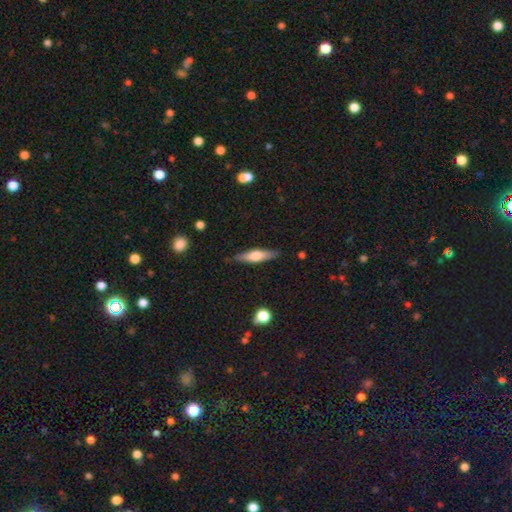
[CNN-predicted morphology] smooth-or-featured: smooth: 51% | featured or disk: 42% | star or artifact: 6%
  how-rounded: cigar-shaped: 69% | in between: 29% | round: 2%
  merging: none: 86% | minor disturbance: 11% | major disturbance: 2% | merger: 1%